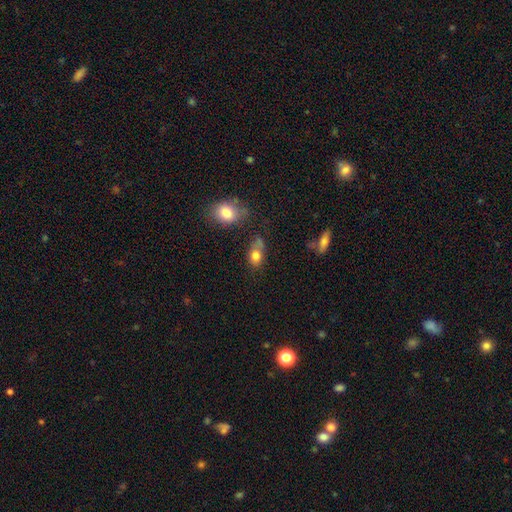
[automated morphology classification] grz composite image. It shows a smooth galaxy with no disk features (78%) that is in between round and cigar-shaped (66%). Merging: none (39%).